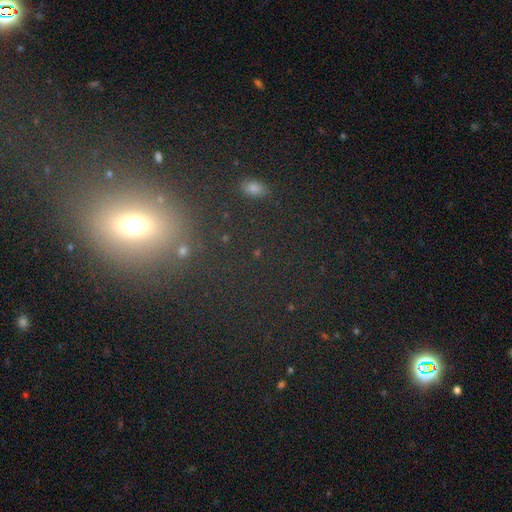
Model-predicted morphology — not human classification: Smooth or featured? smooth (47%)
Merging? none (71%)